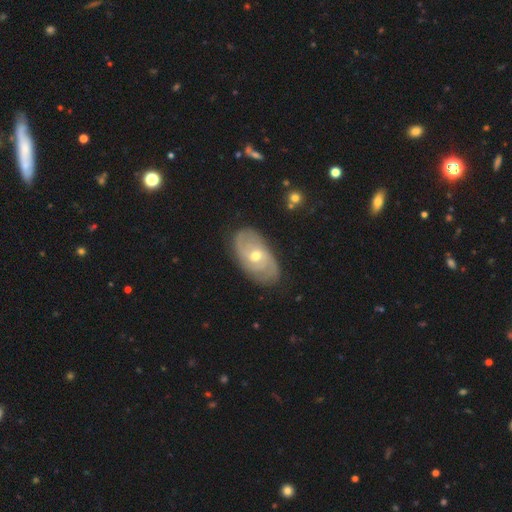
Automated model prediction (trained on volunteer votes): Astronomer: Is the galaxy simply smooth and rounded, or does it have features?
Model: featured or disk — 79%.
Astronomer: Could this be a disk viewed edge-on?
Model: no — 94%.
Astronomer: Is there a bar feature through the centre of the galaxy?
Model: no — 61%.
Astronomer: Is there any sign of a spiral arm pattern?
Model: yes — 90%.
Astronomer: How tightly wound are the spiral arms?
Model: tight — 57%.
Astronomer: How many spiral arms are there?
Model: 2 — 40% (runner-up: can't tell, 31%).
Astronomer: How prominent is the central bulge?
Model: moderate — 61%.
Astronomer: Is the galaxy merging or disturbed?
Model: none — 82%.